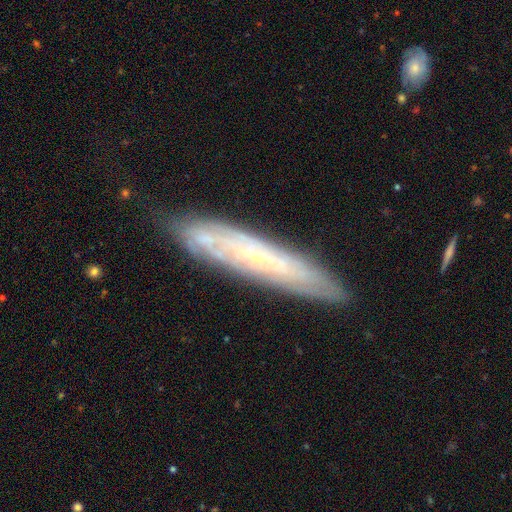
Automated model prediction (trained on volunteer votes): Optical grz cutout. It shows a featured or disk galaxy (70%). Merging: none (79%).